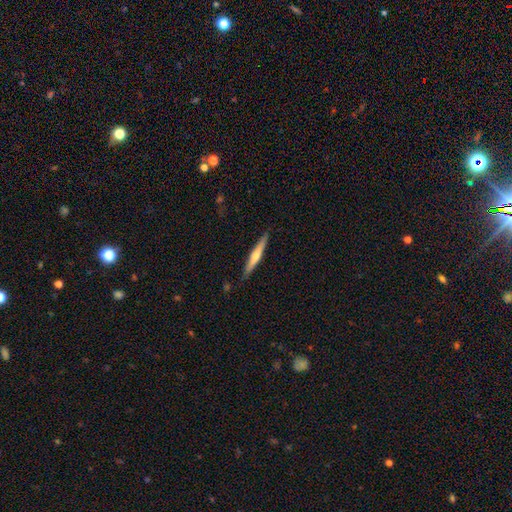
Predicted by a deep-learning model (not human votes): Smooth or featured: featured or disk — 56% (smooth — 38%)
Edge-on disk: yes — 97% (no — 3%)
Edge-on bulge: rounded — 81% (none — 14%)
Merging: none — 88% (minor disturbance — 9%)